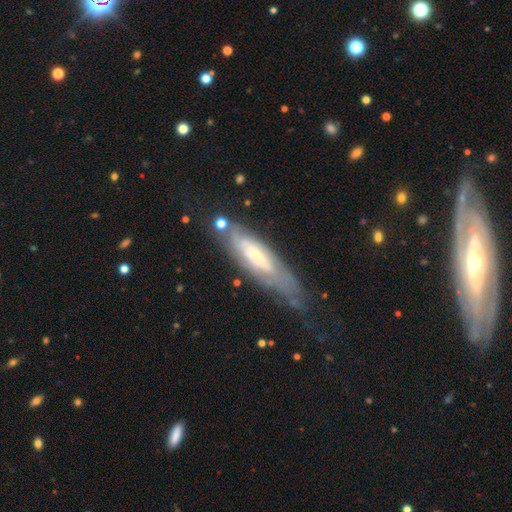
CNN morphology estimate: smooth-or-featured: featured or disk: 62% | smooth: 30% | star or artifact: 8%
  disk-edge-on: no: 60% | yes: 40%
  merging: none: 53% | minor disturbance: 27% | major disturbance: 16% | merger: 5%